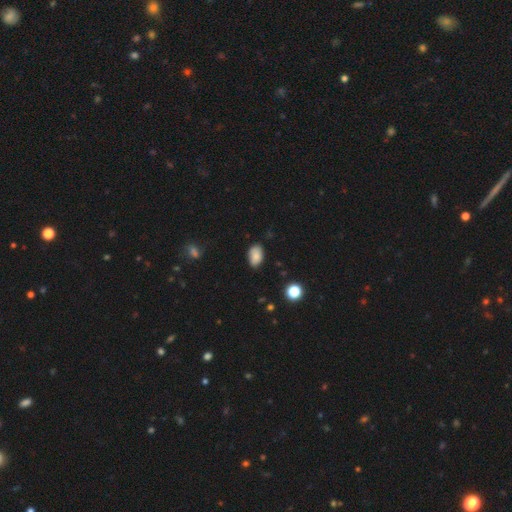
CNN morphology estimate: A smooth galaxy with no disk features (84%) that is in between round and cigar-shaped (90%). Merging: none (77%).